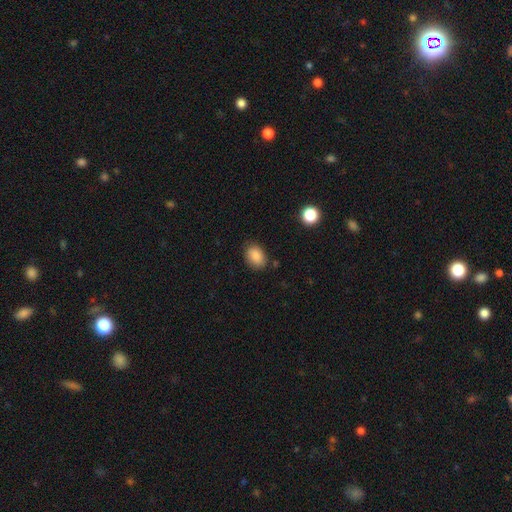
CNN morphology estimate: A smooth galaxy with no disk features (88%) that is in between round and cigar-shaped (75%). Merging: none (79%).